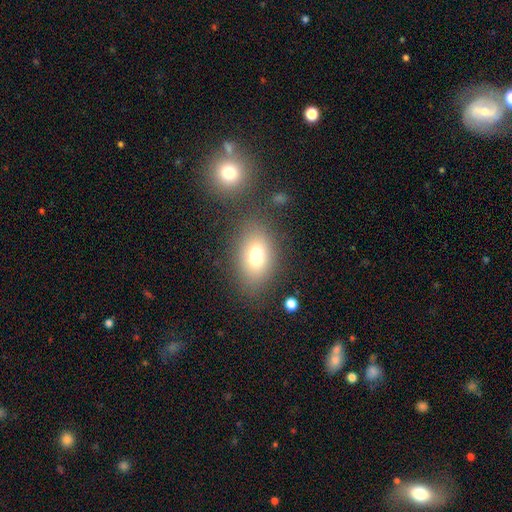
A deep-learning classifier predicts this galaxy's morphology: Smooth or featured? smooth (75%)
How rounded? in between (84%)
Merging? none (77%)